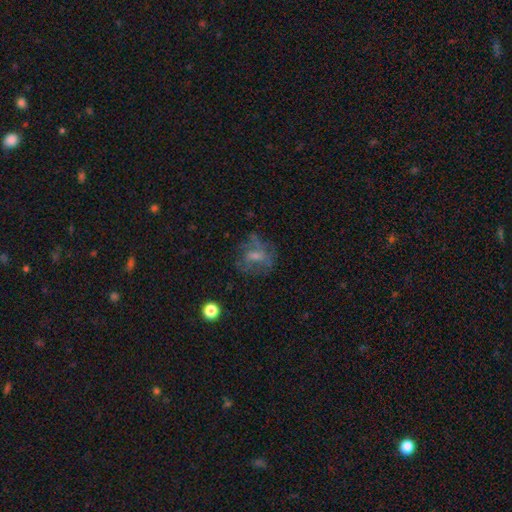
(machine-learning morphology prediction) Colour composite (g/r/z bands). It shows a featured or disk galaxy (48%). Merging: none (58%).